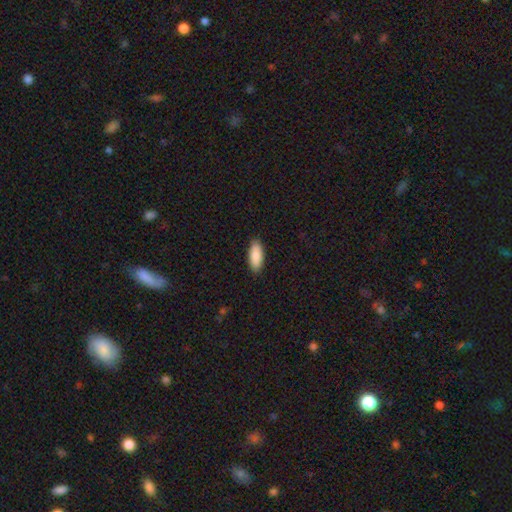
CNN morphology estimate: Smooth or featured: smooth — 89% (star or artifact — 5%)
How rounded: in between — 80% (cigar-shaped — 18%)
Merging: none — 90% (minor disturbance — 8%)